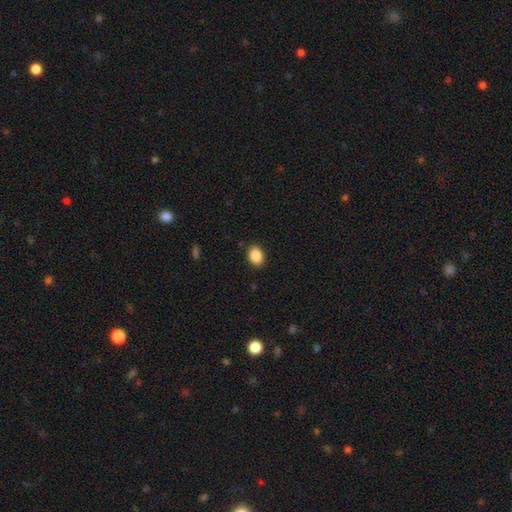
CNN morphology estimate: Smooth or featured? smooth (89%)
How rounded? in between (74%)
Merging? none (88%)